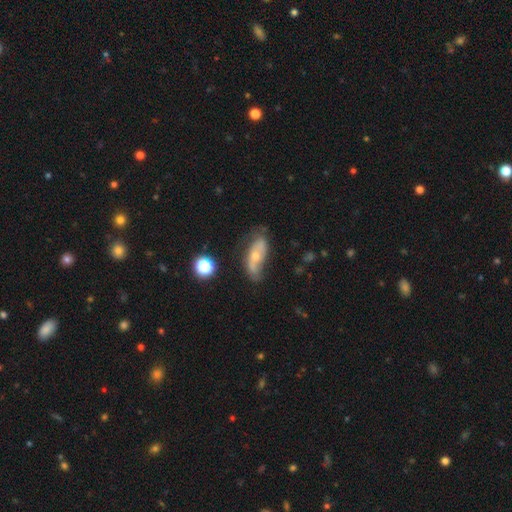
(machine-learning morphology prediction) Q: Smooth or featured?
A: featured or disk (52%); runner-up: smooth (39%)
Q: Edge-on disk?
A: no (81%); runner-up: yes (19%)
Q: Merging?
A: none (50%); runner-up: minor disturbance (32%)